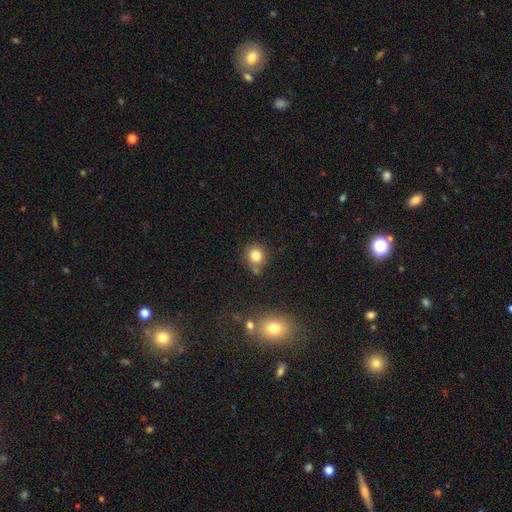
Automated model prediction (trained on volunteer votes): smooth_or_featured: smooth (p=0.81) [alt: star or artifact p=0.11]
how_rounded: round (p=0.83) [alt: in between p=0.16]
merging: none (p=0.73) [alt: minor disturbance p=0.12]